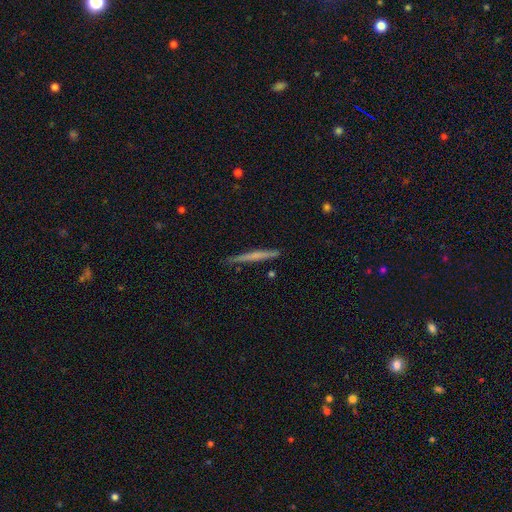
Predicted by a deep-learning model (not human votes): A smooth galaxy with no disk features (48%).

Vote fractions:
- Smooth or featured? smooth: 48% / featured or disk: 46% / star or artifact: 6%
- Merging? none: 87% / minor disturbance: 9% / merger: 2% / major disturbance: 2%